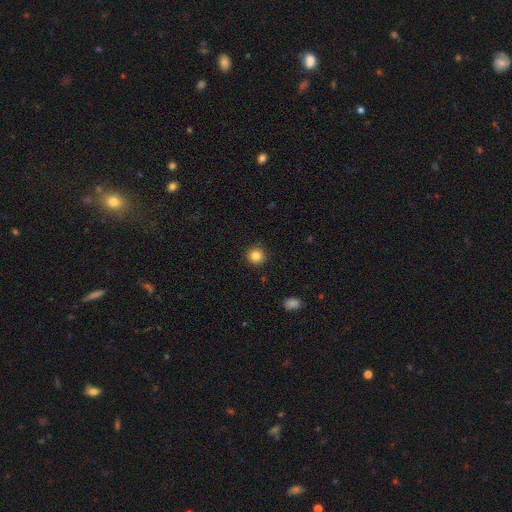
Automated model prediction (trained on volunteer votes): Q: Smooth or featured?
A: smooth (84%); runner-up: star or artifact (11%)
Q: How rounded?
A: round (93%); runner-up: in between (6%)
Q: Merging?
A: none (91%); runner-up: minor disturbance (6%)